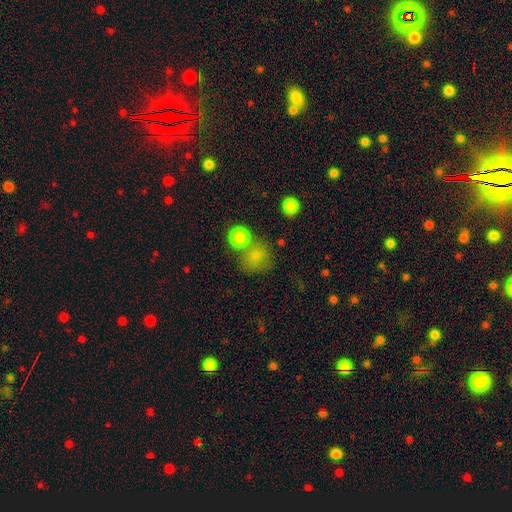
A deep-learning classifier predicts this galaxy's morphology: Overall: smooth (79%). How rounded: round (78%). Merging: none (56%; merger 21%).